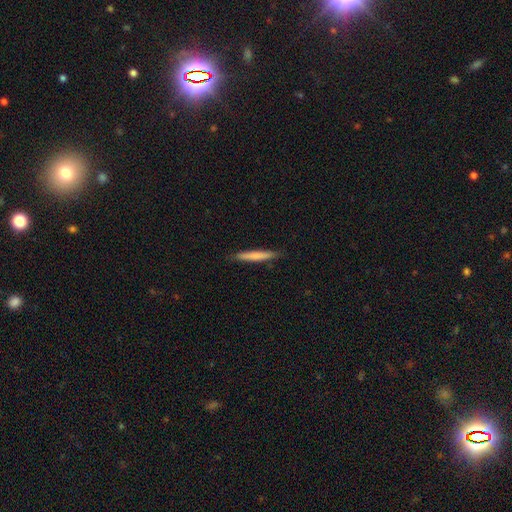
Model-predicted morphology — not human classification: Q: Smooth or featured?
A: smooth (71%); runner-up: featured or disk (24%)
Q: How rounded?
A: cigar-shaped (96%); runner-up: in between (3%)
Q: Merging?
A: none (88%); runner-up: minor disturbance (9%)